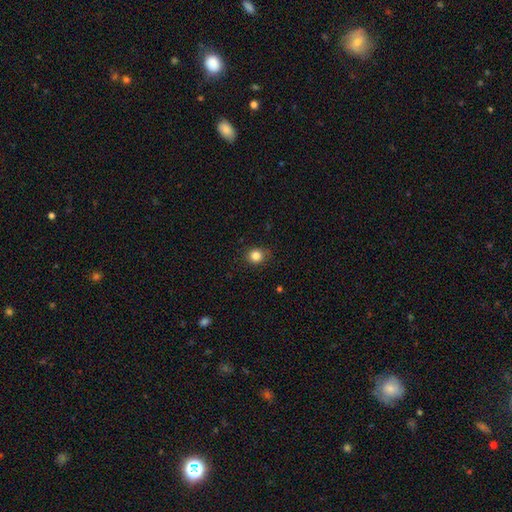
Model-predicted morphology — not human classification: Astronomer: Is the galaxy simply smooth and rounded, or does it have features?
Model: smooth — 84%.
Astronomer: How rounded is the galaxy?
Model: round — 86%.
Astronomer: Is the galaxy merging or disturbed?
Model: none — 85%.